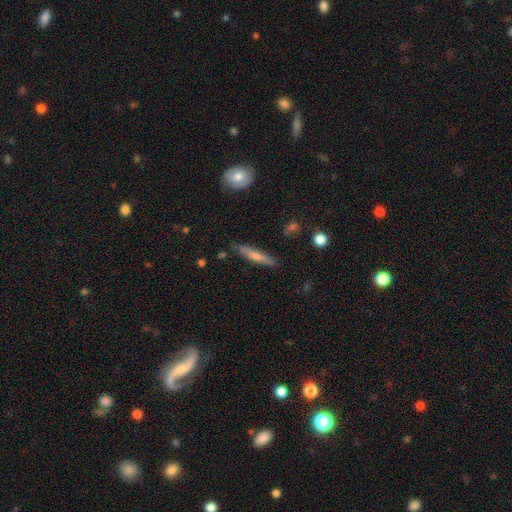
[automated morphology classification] smooth_or_featured: smooth (p=0.66) [alt: featured or disk p=0.28]
how_rounded: cigar-shaped (p=0.89) [alt: in between p=0.10]
merging: none (p=0.81) [alt: minor disturbance p=0.14]